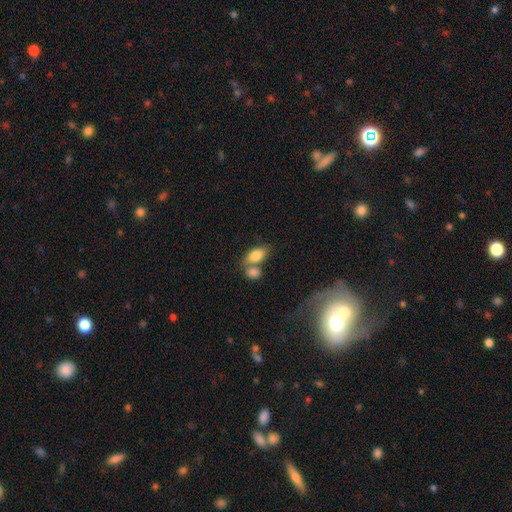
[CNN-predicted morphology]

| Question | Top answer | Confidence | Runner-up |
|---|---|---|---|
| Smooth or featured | smooth | 81% | featured or disk (12%) |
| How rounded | in between | 87% | round (9%) |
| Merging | merger | 46% | none (39%) |